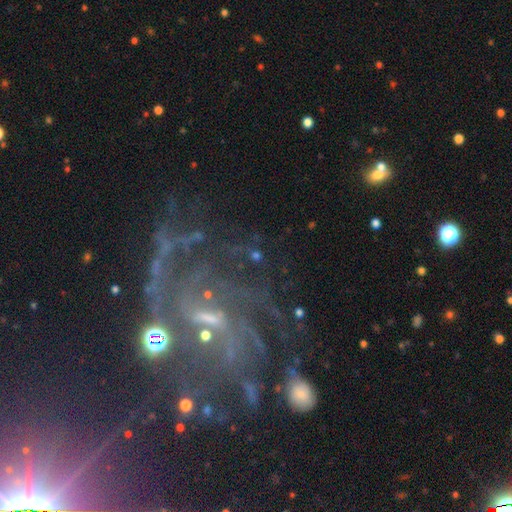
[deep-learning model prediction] Overall: featured or disk (70%). Edge-on disk: no (95%). Bar: strong (38%; weak 37%). Spiral arms: yes (91%). Spiral arm count: can't tell (29%; 2 20%). Spiral winding: tight (53%; medium 34%). Bulge size: small (50%; moderate 33%). Merging: none (64%).